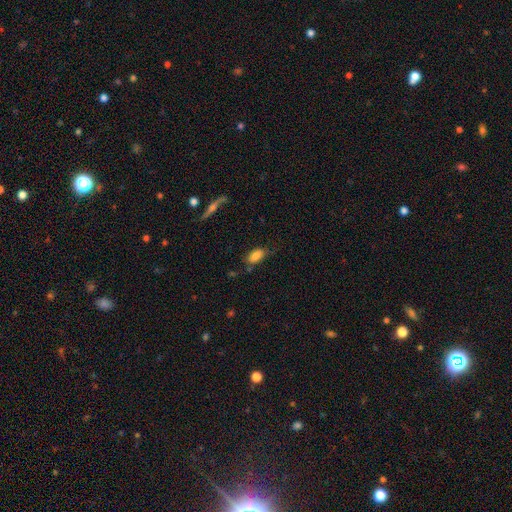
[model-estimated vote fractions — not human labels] Smooth or featured? smooth (84%)
How rounded? in between (90%)
Merging? none (66%)